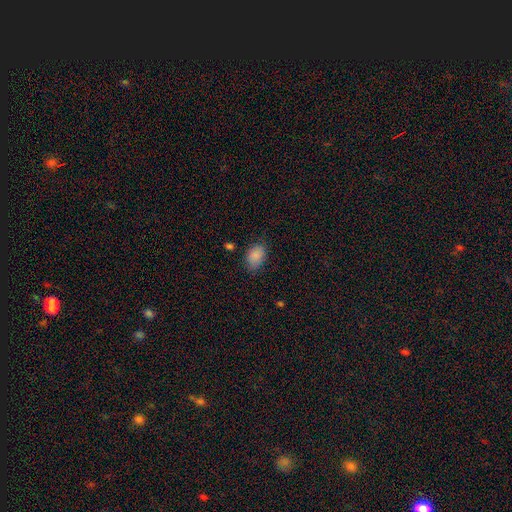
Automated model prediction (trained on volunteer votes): The model was most divided on "merging": none: 77%, minor disturbance: 18%, major disturbance: 4%, merger: 2%. More confident: smooth or featured — smooth (88%); how rounded — in between (82%).